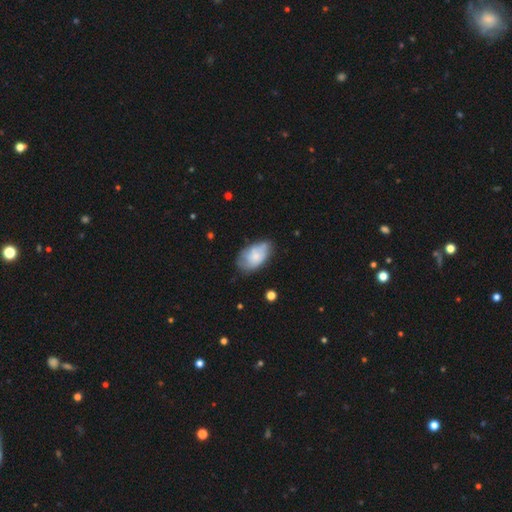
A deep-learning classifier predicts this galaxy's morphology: Smooth or featured: smooth — 65% (featured or disk — 28%)
How rounded: in between — 92% (round — 6%)
Merging: none — 57% (minor disturbance — 32%)